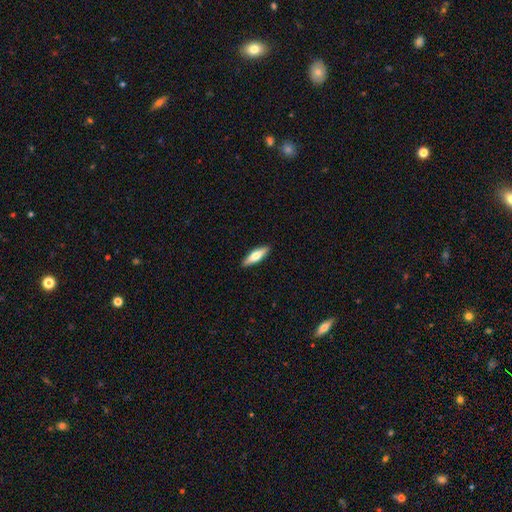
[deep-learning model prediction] Morphology: type=smooth (61%); roundness=cigar-shaped (62%); merging=none (90%).